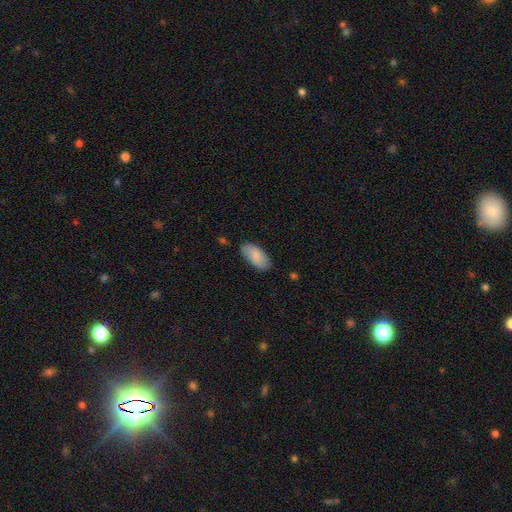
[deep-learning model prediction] Overall: smooth (84%). How rounded: in between (93%). Merging: none (80%).